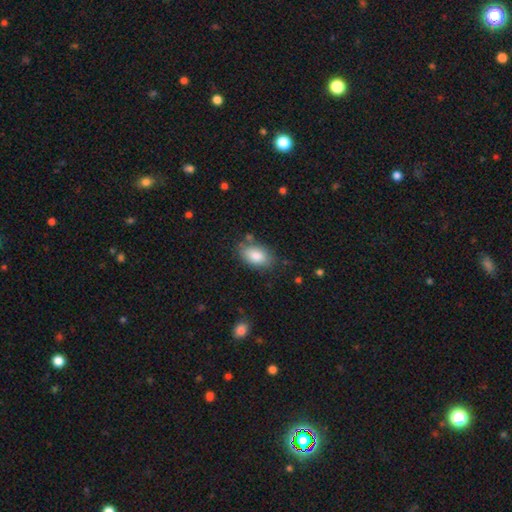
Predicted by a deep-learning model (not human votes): The model was most divided on "merging": none: 75%, minor disturbance: 17%, major disturbance: 4%, merger: 4%. More confident: how rounded — in between (91%); smooth or featured — smooth (84%).